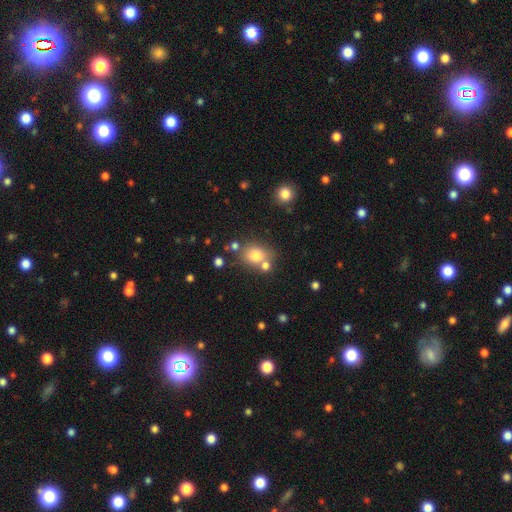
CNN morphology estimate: type=smooth (78%); roundness=round (61%); merging=none (63%).